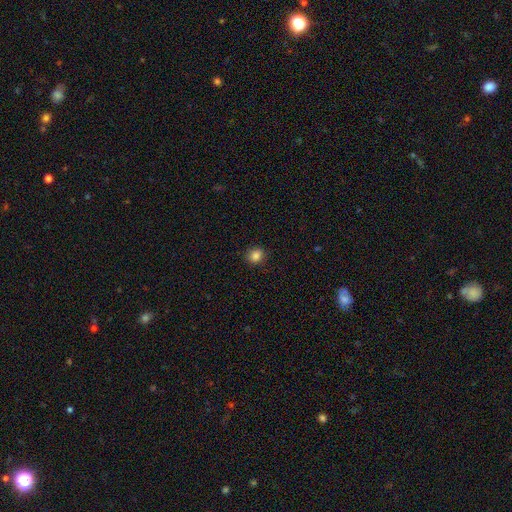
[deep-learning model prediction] A smooth galaxy with no disk features (85%) that is round (76%). Merging: none (88%).